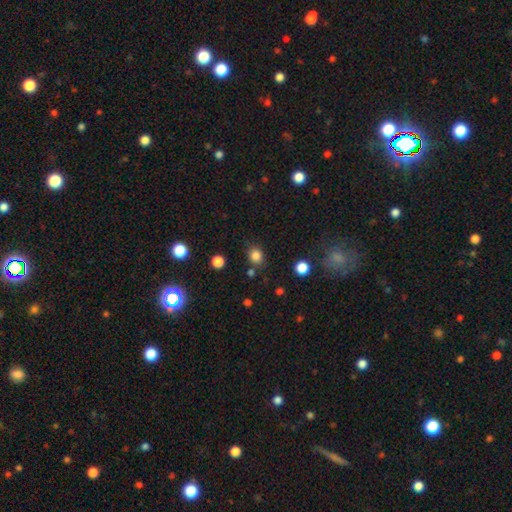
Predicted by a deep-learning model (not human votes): This is clearly a smooth galaxy (82%). How rounded: likely round (69%). Merging: likely none (77%).